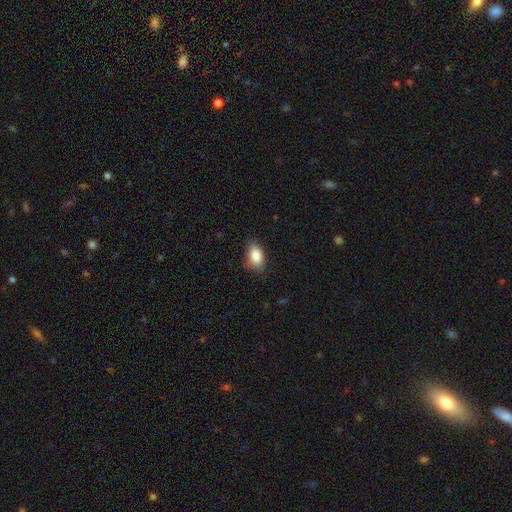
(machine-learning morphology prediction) smooth 87%, star or artifact 8%, featured or disk 5%. Down the decision tree: how rounded — in between (89%); merging — none (75%).